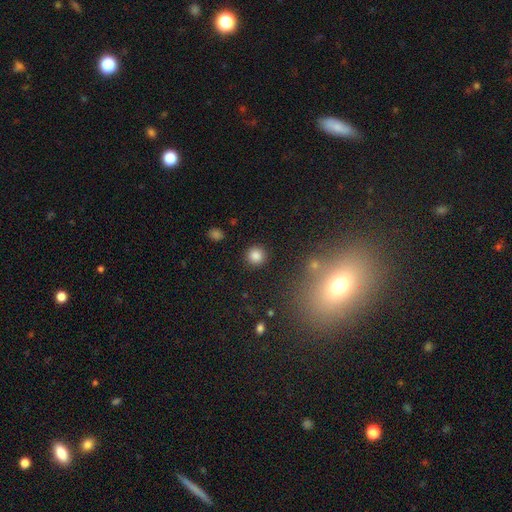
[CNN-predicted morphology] smooth-or-featured: smooth: 84% | star or artifact: 12% | featured or disk: 4%
  how-rounded: round: 94% | in between: 5% | cigar-shaped: 1%
  merging: none: 90% | minor disturbance: 6% | major disturbance: 2% | merger: 2%